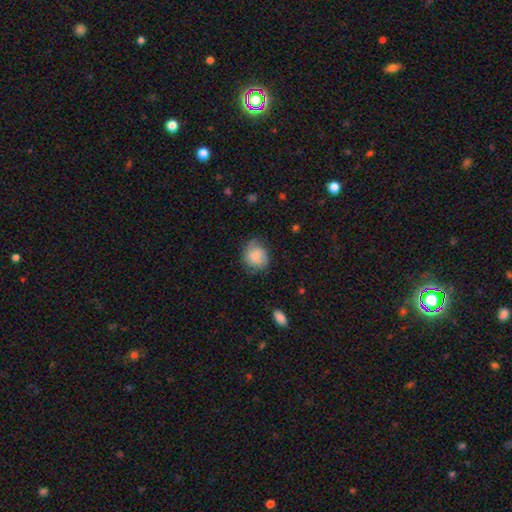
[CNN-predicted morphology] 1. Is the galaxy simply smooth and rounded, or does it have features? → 75% smooth, 17% featured or disk, 8% star or artifact.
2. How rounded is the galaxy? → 66% round, 33% in between, 1% cigar-shaped.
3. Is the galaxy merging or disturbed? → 59% none, 29% minor disturbance, 10% major disturbance, 1% merger.